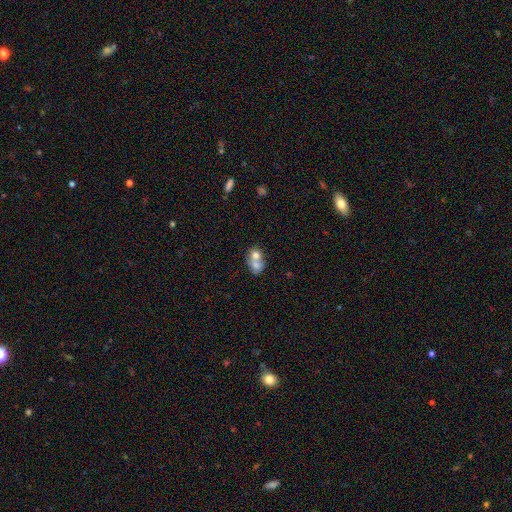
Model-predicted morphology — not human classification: smooth-or-featured: smooth: 68% | featured or disk: 23% | star or artifact: 9%
  how-rounded: round: 57% | in between: 42% | cigar-shaped: 1%
  merging: merger: 69% | none: 21% | minor disturbance: 7% | major disturbance: 4%